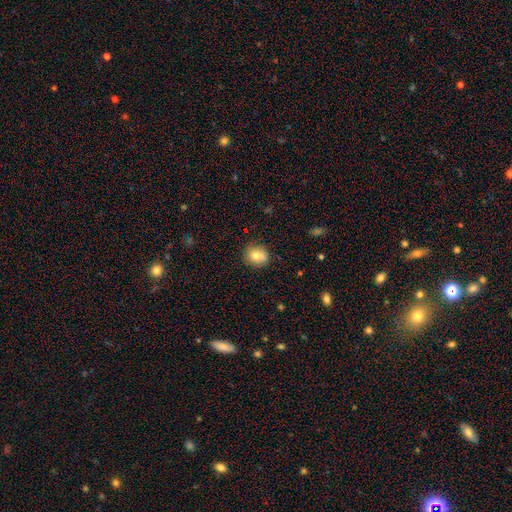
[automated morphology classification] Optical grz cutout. It shows a smooth galaxy with no disk features (76%) that is round (71%). Merging: none (73%).